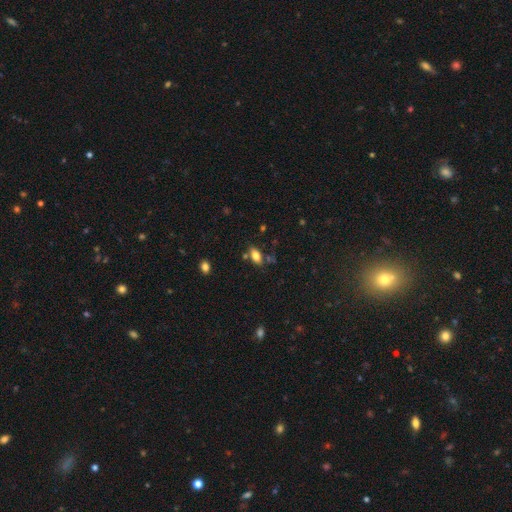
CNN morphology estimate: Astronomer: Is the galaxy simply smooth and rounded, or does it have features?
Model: smooth — 79%.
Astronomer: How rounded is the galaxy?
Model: in between — 89%.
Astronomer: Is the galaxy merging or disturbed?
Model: none — 71%.